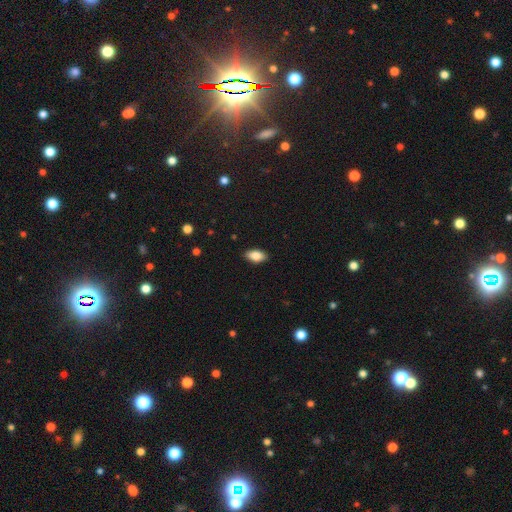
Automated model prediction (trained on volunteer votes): The model was most divided on "merging": none: 87%, minor disturbance: 10%, major disturbance: 2%, merger: 1%. More confident: how rounded — in between (92%); smooth or featured — smooth (86%).